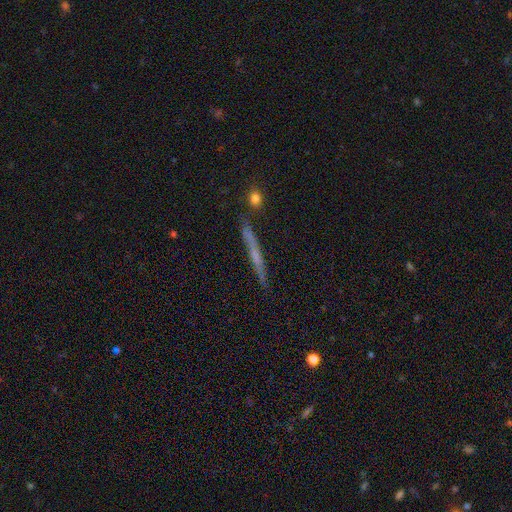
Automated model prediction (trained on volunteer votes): This appears to be a featured or disk galaxy (53%) viewed edge-on (94%). Merging: none (82%).